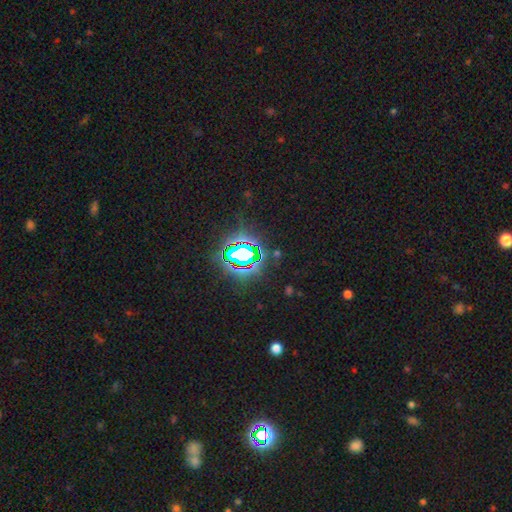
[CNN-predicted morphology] A star or artifact, not a galaxy (80%).

Vote fractions:
- Smooth or featured? star or artifact: 80% / smooth: 13% / featured or disk: 8%